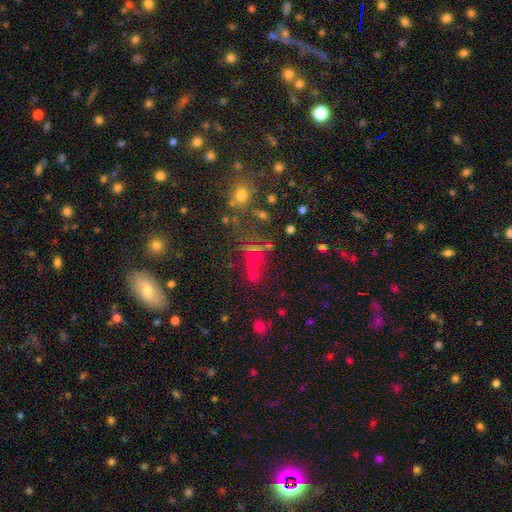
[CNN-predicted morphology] smooth-or-featured: star or artifact: 43% | smooth: 39% | featured or disk: 18%